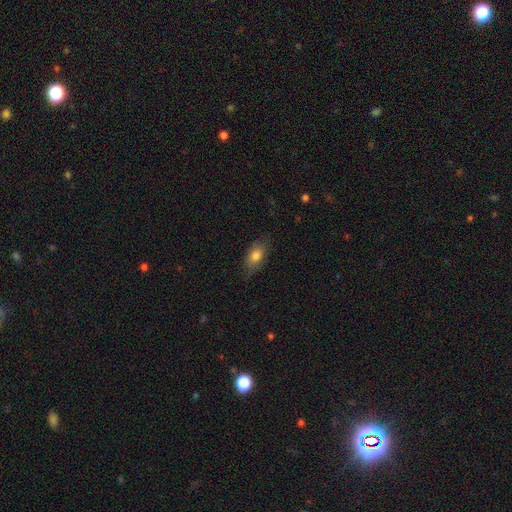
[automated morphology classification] This is likely a smooth galaxy (78%). How rounded: clearly in between (87%). Merging: likely none (78%).